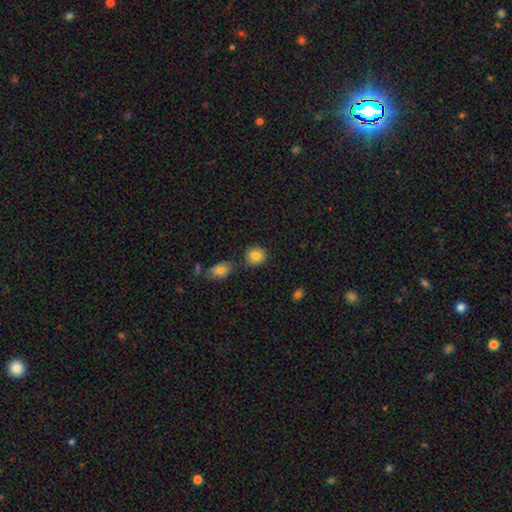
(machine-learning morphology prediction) This is clearly a smooth galaxy (84%). How rounded: likely round (78%). Merging: likely none (76%).